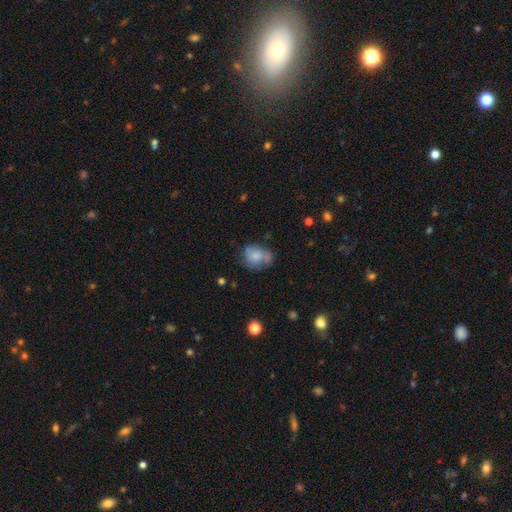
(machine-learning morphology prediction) The model was most divided on "merging": none: 45%, minor disturbance: 31%, major disturbance: 17%, merger: 8%. More confident: smooth or featured — smooth (63%); how rounded — in between (59%).